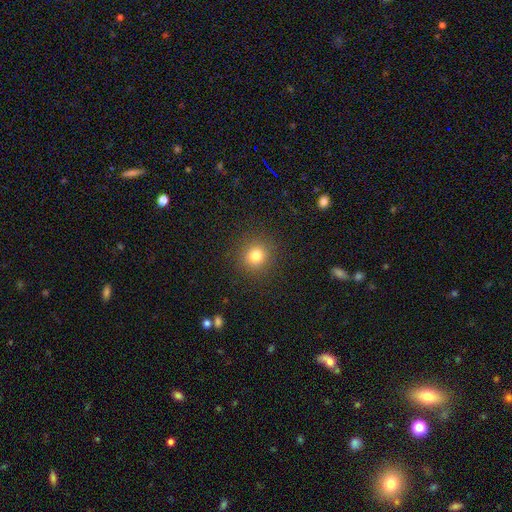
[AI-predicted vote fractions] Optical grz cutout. It shows a smooth galaxy with no disk features (80%) that is round (90%). Merging: none (90%).